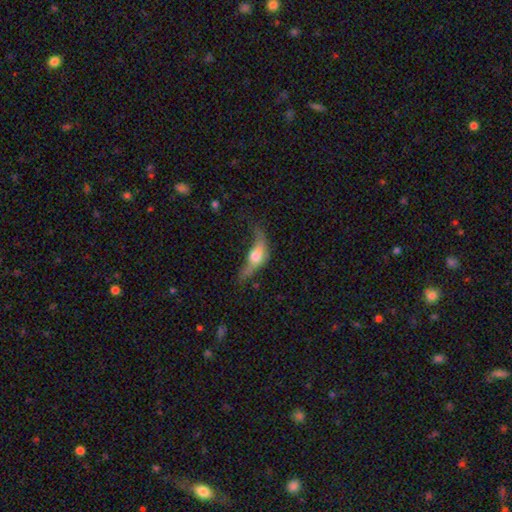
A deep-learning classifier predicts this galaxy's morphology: smooth 48%, featured or disk 43%, star or artifact 9%. Down the decision tree: merging — major disturbance (42%).